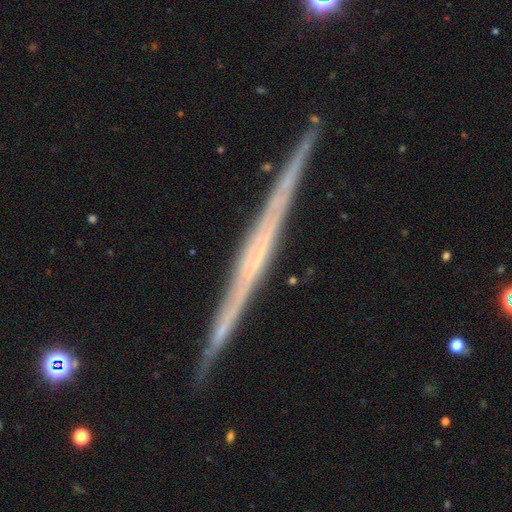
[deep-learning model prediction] featured or disk 79%, smooth 15%, star or artifact 6%. Down the decision tree: edge-on disk — yes (98%); edge-on bulge — none (77%); merging — none (91%).